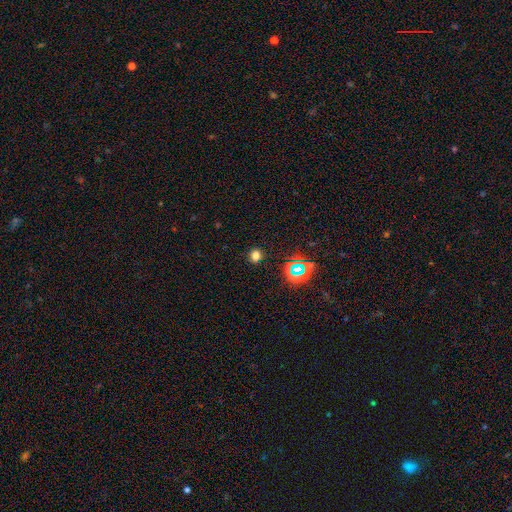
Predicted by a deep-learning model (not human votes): smooth_or_featured: smooth (p=0.70) [alt: star or artifact p=0.25]
how_rounded: round (p=0.71) [alt: in between p=0.27]
merging: none (p=0.88) [alt: minor disturbance p=0.07]